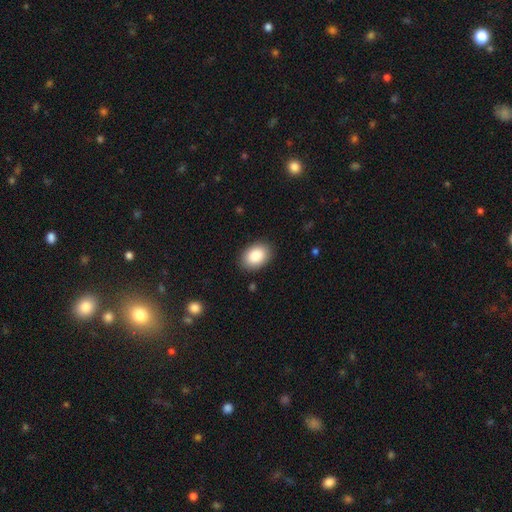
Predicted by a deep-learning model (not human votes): Smooth or featured: smooth — 88% (star or artifact — 7%)
How rounded: in between — 82% (round — 17%)
Merging: none — 88% (minor disturbance — 9%)